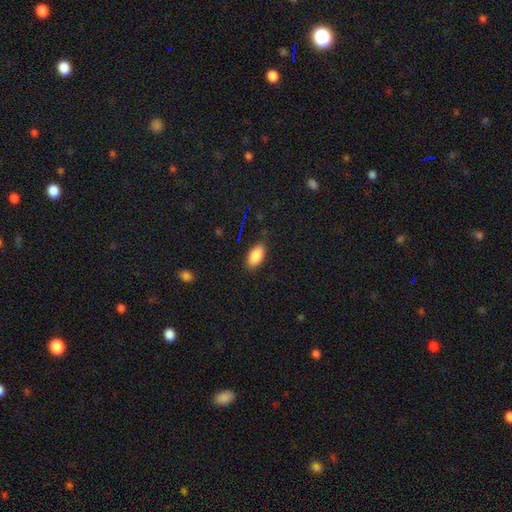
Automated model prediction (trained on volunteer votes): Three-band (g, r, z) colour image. It shows a smooth galaxy with no disk features (86%) that is in between round and cigar-shaped (92%). Merging: none (86%).